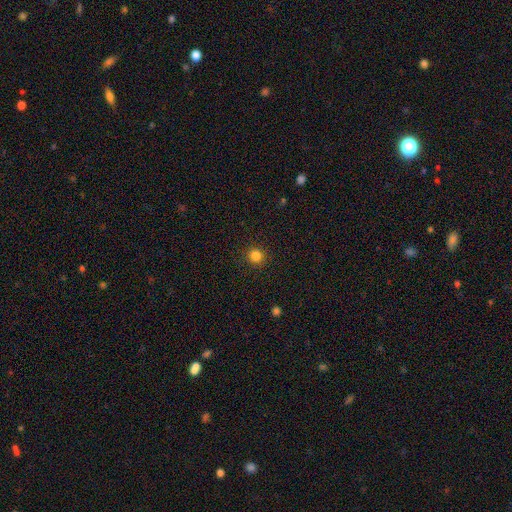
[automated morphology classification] type=smooth (84%); roundness=round (94%); merging=none (91%).